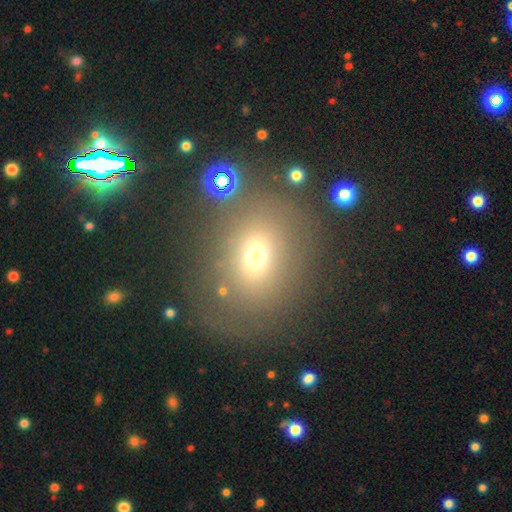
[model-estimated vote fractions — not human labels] Smooth or featured? Predicted: smooth (p=0.63). How rounded? Predicted: round (p=0.55). Merging? Predicted: none (p=0.72).